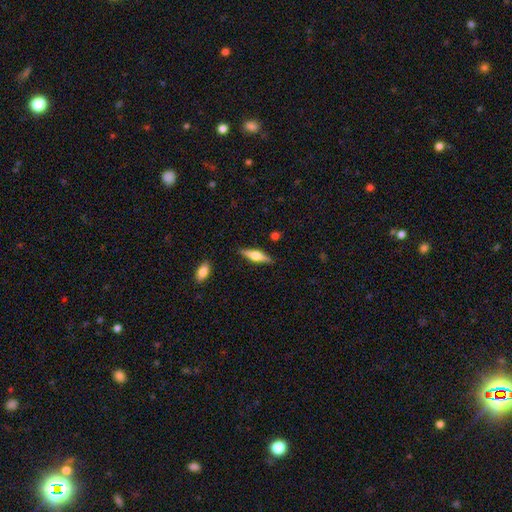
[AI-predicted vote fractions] A featured or disk galaxy (55%) viewed edge-on (95%) with a rounded central bulge (88%). Merging: none (87%).